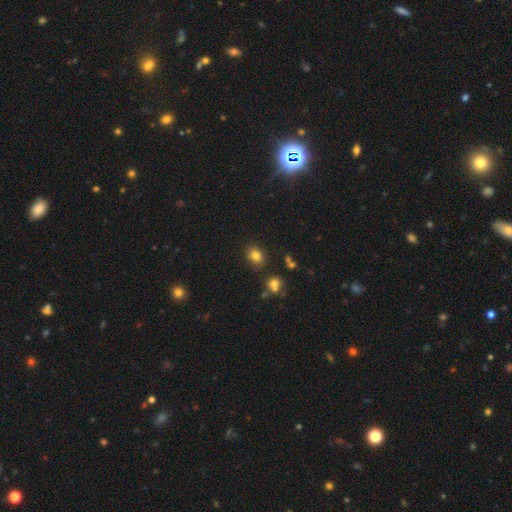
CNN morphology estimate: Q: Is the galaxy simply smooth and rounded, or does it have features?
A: smooth — 80%.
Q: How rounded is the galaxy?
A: in between — 51%.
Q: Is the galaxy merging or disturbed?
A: none — 82%.